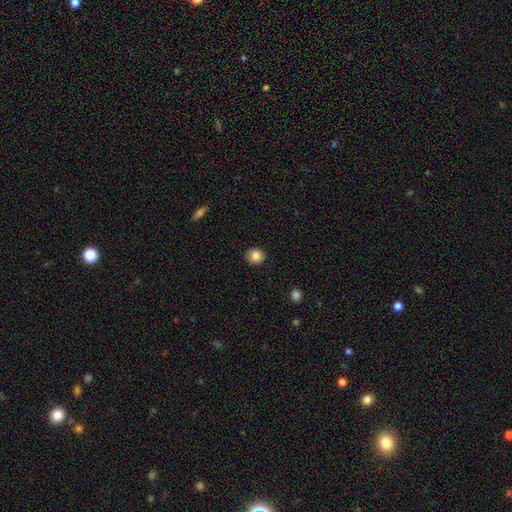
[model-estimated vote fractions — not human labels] Smooth or featured: smooth — 83% (star or artifact — 9%)
How rounded: round — 79% (in between — 20%)
Merging: none — 90% (minor disturbance — 7%)